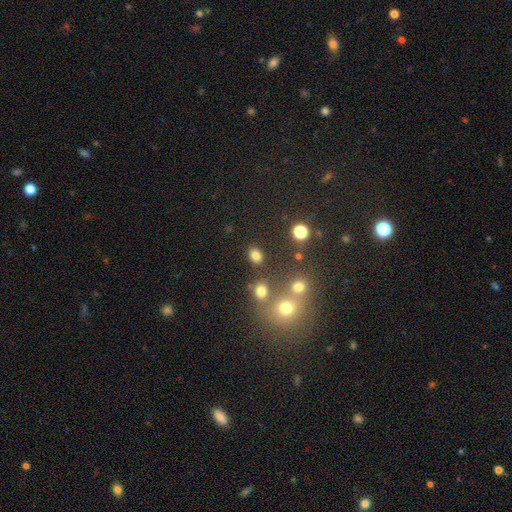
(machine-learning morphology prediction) This is likely a smooth galaxy (79%). How rounded: likely in between (64%). Merging: likely none (78%).